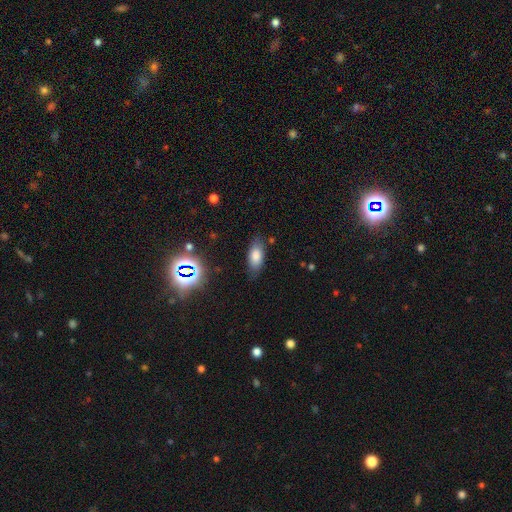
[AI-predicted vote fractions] A smooth galaxy with no disk features (78%) that is in between round and cigar-shaped (85%). Merging: none (81%).